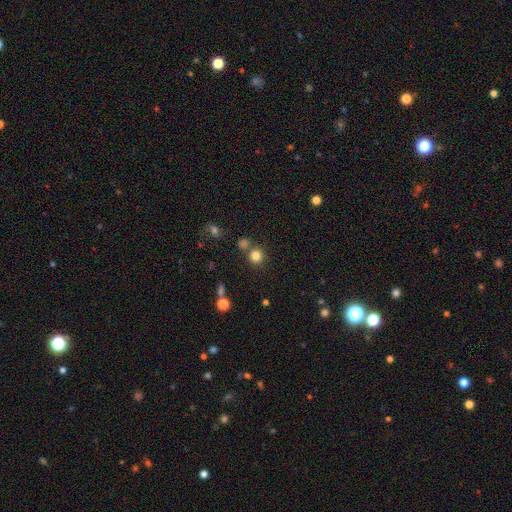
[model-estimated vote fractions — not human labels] Smooth or featured? smooth (81%)
How rounded? round (91%)
Merging? none (76%)